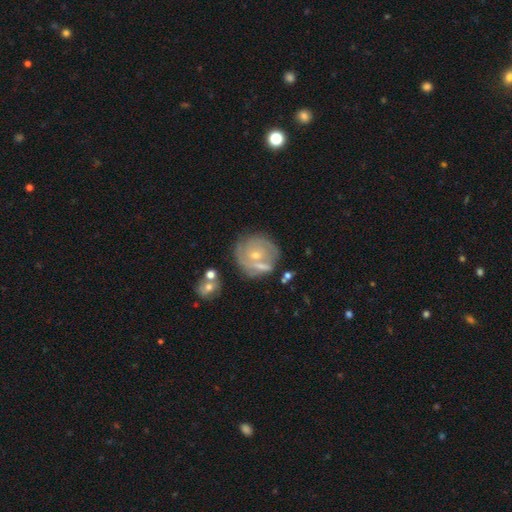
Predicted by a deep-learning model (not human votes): This appears to be a featured or disk galaxy (71%) with no bar (63%), tight (63%) spiral arms (80%) and a small central bulge (62%). Merging: none (58%).